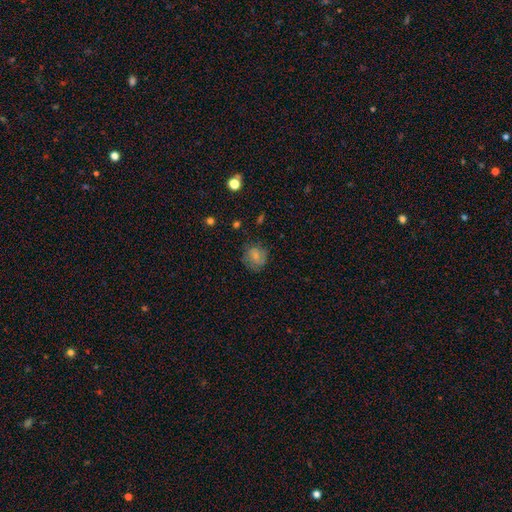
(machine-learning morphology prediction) type=smooth (77%); roundness=round (80%); merging=none (73%).